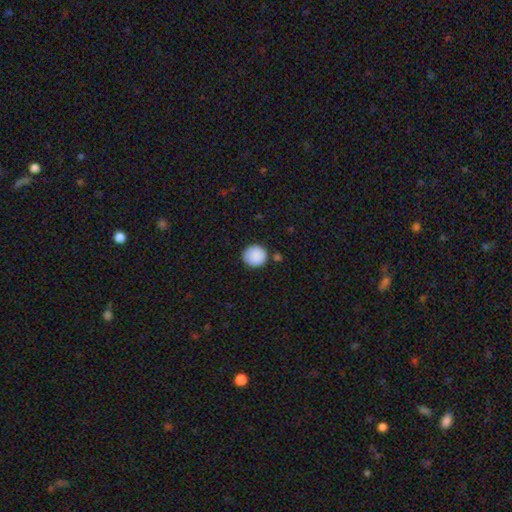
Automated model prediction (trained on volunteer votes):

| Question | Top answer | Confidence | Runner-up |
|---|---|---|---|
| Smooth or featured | smooth | 89% | star or artifact (8%) |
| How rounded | round | 91% | in between (8%) |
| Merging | none | 84% | minor disturbance (10%) |